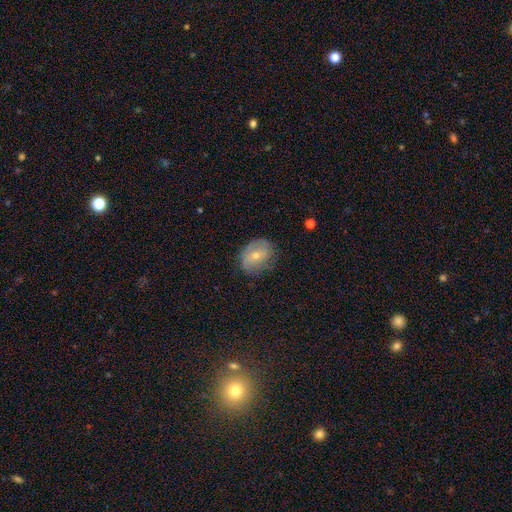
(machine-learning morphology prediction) smooth-or-featured: featured or disk: 52% | smooth: 36% | star or artifact: 12%
  disk-edge-on: no: 95% | yes: 5%
  merging: none: 69% | minor disturbance: 22% | major disturbance: 8% | merger: 1%